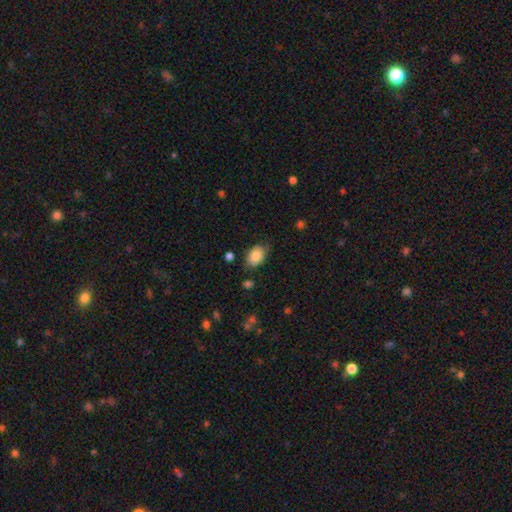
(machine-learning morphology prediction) Smooth or featured? smooth (81%)
How rounded? in between (85%)
Merging? none (72%)